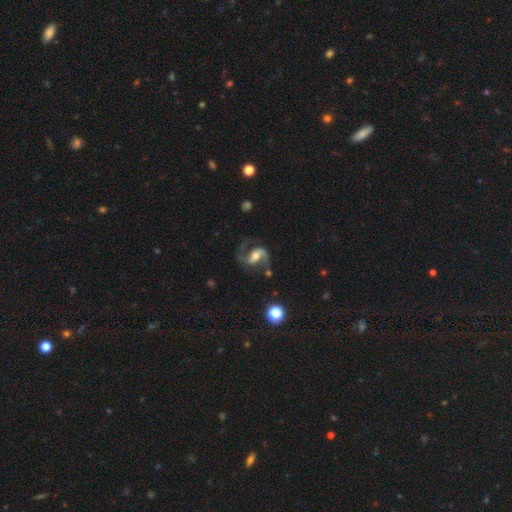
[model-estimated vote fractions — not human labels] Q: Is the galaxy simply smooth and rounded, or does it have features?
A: featured or disk — 87%.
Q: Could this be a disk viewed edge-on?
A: no — 97%.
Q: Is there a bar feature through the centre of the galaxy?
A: weak — 41%.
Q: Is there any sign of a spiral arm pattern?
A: yes — 97%.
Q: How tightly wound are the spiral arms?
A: medium — 53%.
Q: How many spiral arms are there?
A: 2 — 91%.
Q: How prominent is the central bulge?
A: moderate — 57%.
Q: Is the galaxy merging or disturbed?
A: none — 67%.